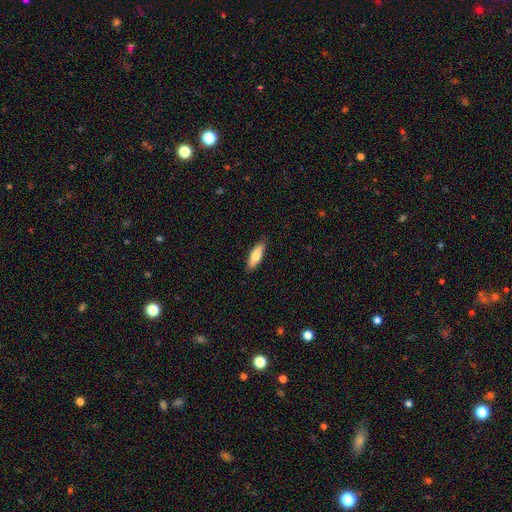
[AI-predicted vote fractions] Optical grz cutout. It shows a smooth galaxy with no disk features (75%) that is in between round and cigar-shaped (49%, tied with cigar-shaped). Merging: none (88%).